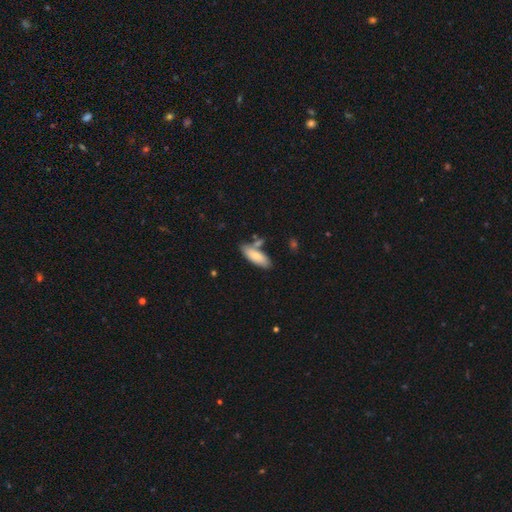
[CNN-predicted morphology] Smooth or featured? Predicted: smooth (p=0.78). How rounded? Predicted: in between (p=0.69). Merging? Predicted: none (p=0.70).